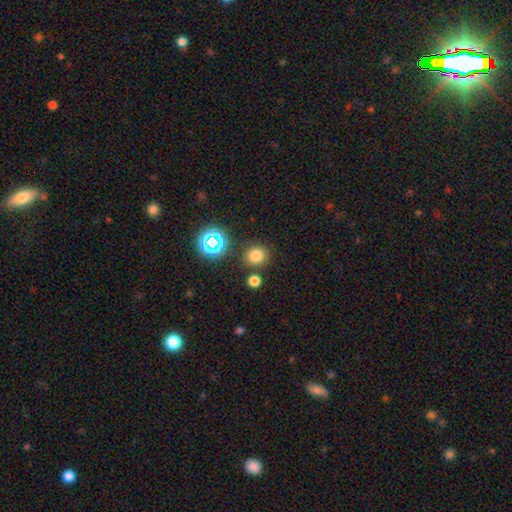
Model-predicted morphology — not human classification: A smooth galaxy with no disk features (76%) that is round (82%).

Vote fractions:
- Smooth or featured? smooth: 76% / star or artifact: 19% / featured or disk: 5%
- How rounded? round: 82% / in between: 17% / cigar-shaped: 1%
- Merging? none: 82% / minor disturbance: 8% / merger: 7% / major disturbance: 3%